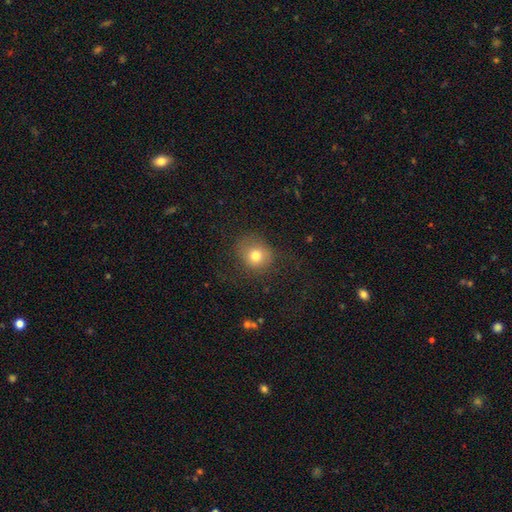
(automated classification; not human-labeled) smooth-or-featured: smooth: 75% | star or artifact: 13% | featured or disk: 12%
  how-rounded: round: 78% | in between: 21% | cigar-shaped: 1%
  merging: none: 67% | minor disturbance: 19% | major disturbance: 13% | merger: 1%